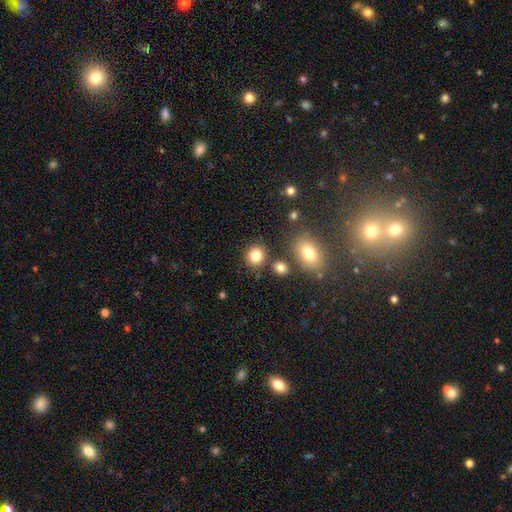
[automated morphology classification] Overall: smooth (82%). How rounded: round (81%). Merging: none (79%).